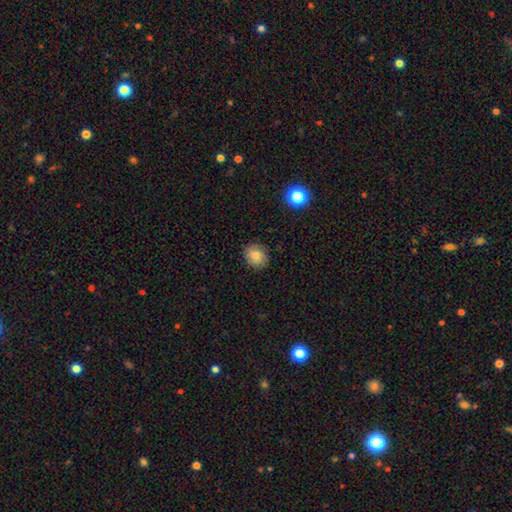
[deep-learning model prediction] The model was most divided on "how rounded": round: 70%, in between: 29%, cigar-shaped: 1%. More confident: merging — none (84%); smooth or featured — smooth (80%).